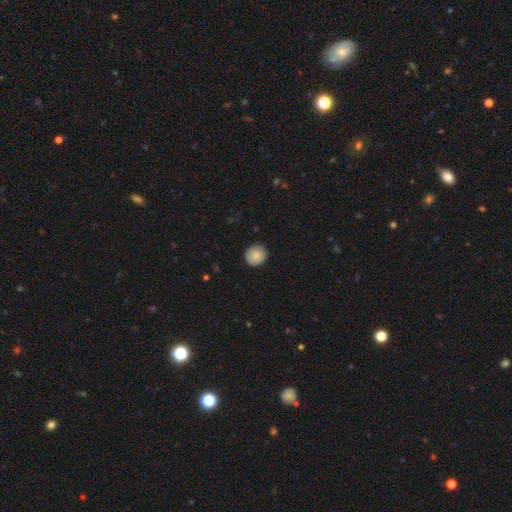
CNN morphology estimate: The model was most divided on "smooth or featured": smooth: 84%, featured or disk: 9%, star or artifact: 7%. More confident: how rounded — round (89%); merging — none (88%).